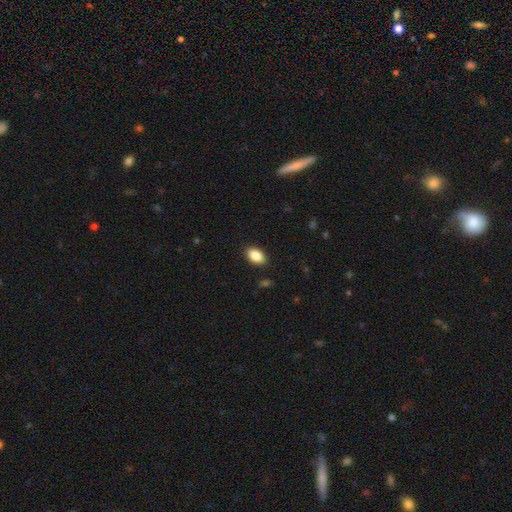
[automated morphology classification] Smooth or featured? Predicted: smooth (p=0.87). How rounded? Predicted: in between (p=0.92). Merging? Predicted: none (p=0.88).